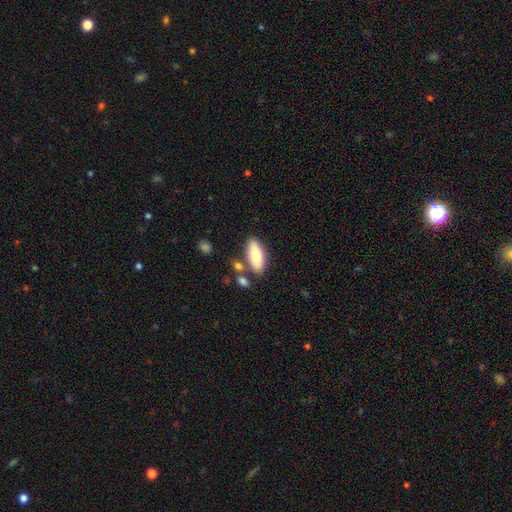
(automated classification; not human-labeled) This appears to be a smooth galaxy with no disk features (81%) that is in between round and cigar-shaped (71%). Merging: none (73%).